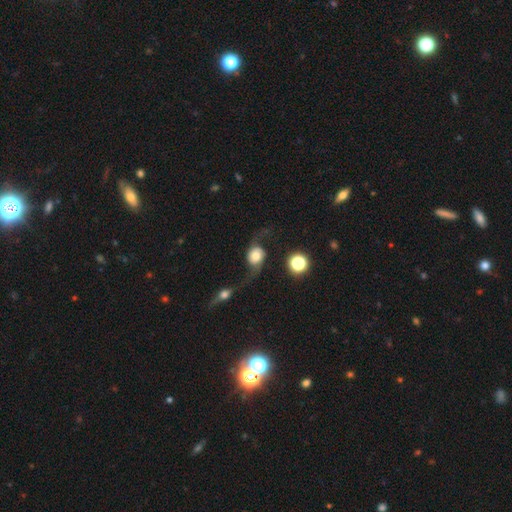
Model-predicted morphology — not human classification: Smooth or featured?
  - featured or disk: 57% *
  - smooth: 33%
  - star or artifact: 10%
Edge-on disk?
  - no: 93% *
  - yes: 7%
Bar?
  - no: 73% *
  - weak: 21%
  - strong: 6%
Spiral arms?
  - yes: 86% *
  - no: 14%
Bulge size?
  - moderate: 36% *
  - large: 34%
  - dominant: 16%
  - small: 11%
  - none: 3%
Merging?
  - none: 33% *
  - major disturbance: 29%
  - merger: 24%
  - minor disturbance: 15%